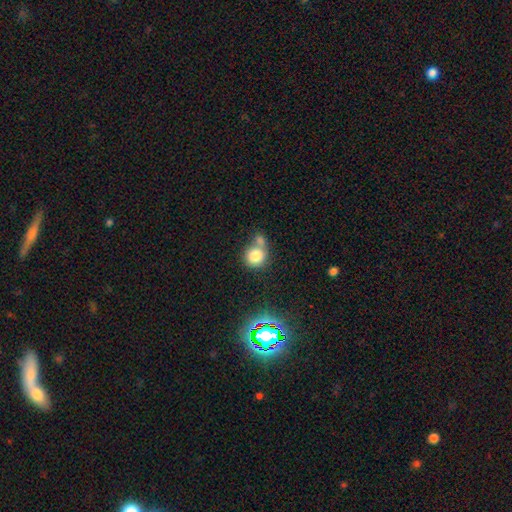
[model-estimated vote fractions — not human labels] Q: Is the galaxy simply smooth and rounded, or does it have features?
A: smooth — 79%.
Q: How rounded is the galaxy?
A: round — 84%.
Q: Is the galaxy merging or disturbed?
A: merger — 43%.